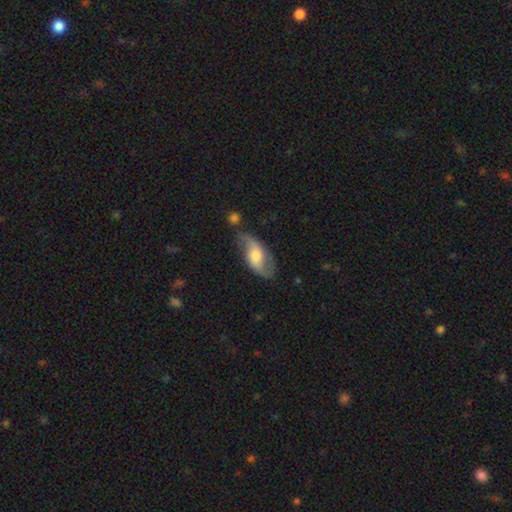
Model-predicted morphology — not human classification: Smooth or featured? Predicted: featured or disk (p=0.64). Edge-on disk? Predicted: no (p=0.91). Bar? Predicted: no (p=0.49). Spiral arms? Predicted: yes (p=0.86). Spiral winding? Predicted: loose (p=0.62). Spiral arm count? Predicted: 2 (p=0.86). Bulge size? Predicted: moderate (p=0.57). Merging? Predicted: none (p=0.57).